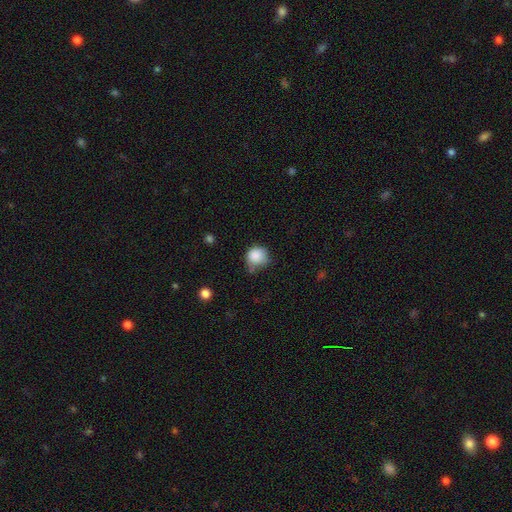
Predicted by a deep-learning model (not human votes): Smooth or featured? Predicted: smooth (p=0.85). How rounded? Predicted: round (p=0.87). Merging? Predicted: none (p=0.50).